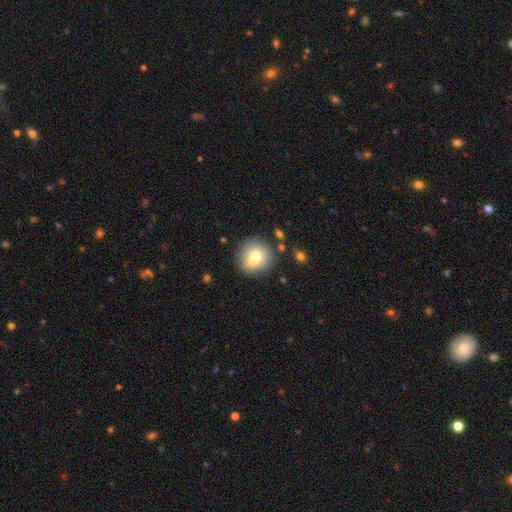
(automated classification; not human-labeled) Q: Smooth or featured?
A: smooth (68%); runner-up: featured or disk (23%)
Q: How rounded?
A: round (91%); runner-up: in between (8%)
Q: Merging?
A: none (60%); runner-up: merger (27%)